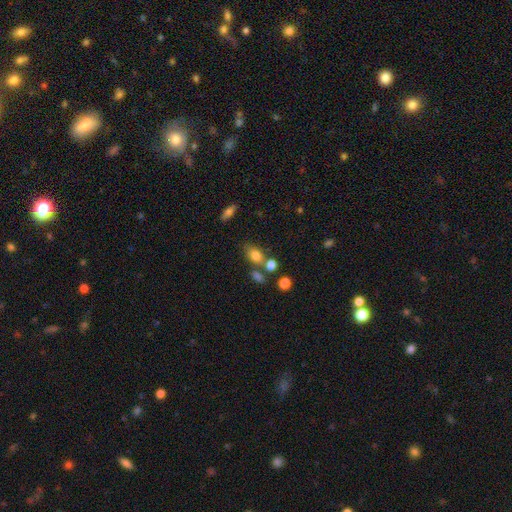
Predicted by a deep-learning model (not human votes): The model was most divided on "merging": none: 55%, merger: 25%, minor disturbance: 15%, major disturbance: 6%. More confident: smooth or featured — smooth (77%); how rounded — in between (73%).